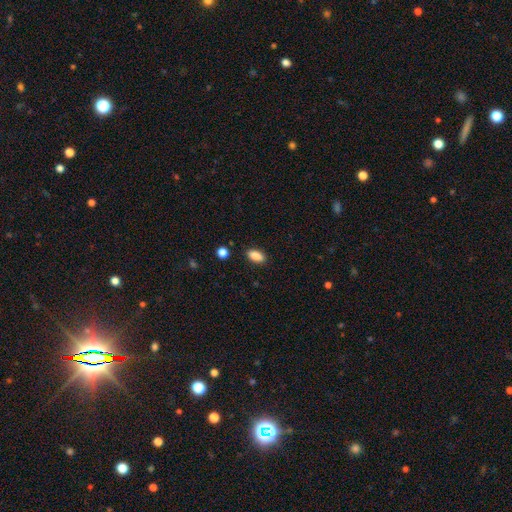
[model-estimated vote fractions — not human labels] Overall: smooth (88%). How rounded: in between (90%). Merging: none (88%).